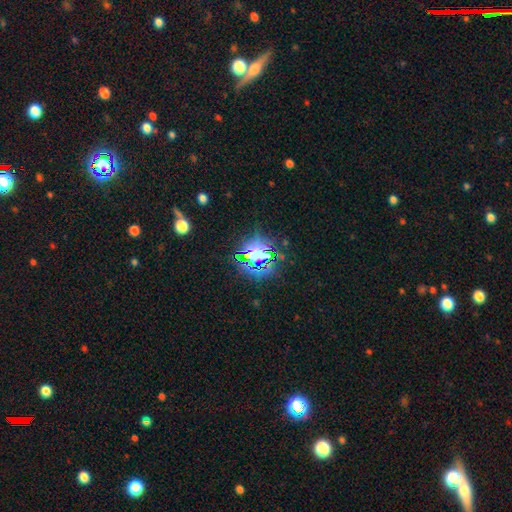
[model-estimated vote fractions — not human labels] smooth-or-featured: star or artifact: 71% | smooth: 18% | featured or disk: 11%